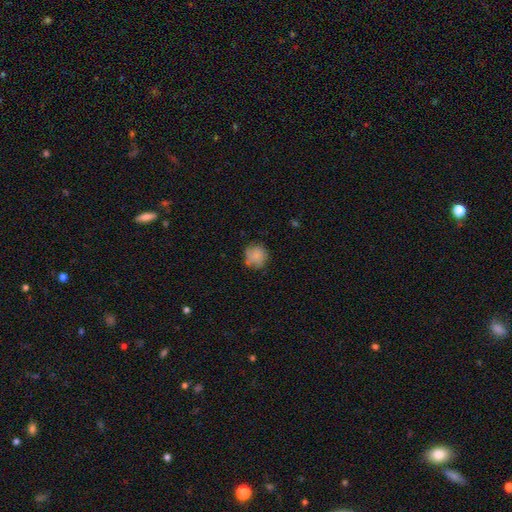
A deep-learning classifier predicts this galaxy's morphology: Smooth or featured? smooth (79%)
How rounded? round (86%)
Merging? none (70%)